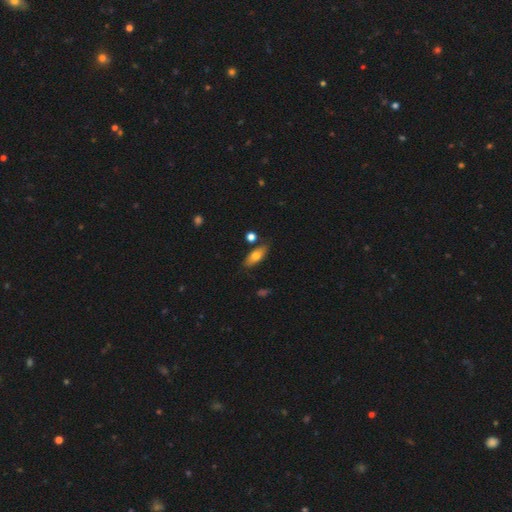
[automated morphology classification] This is likely a smooth galaxy (69%). How rounded: likely in between (75%). Merging: clearly none (80%).